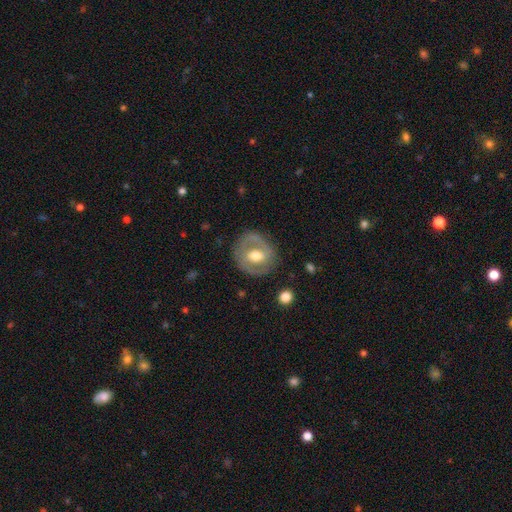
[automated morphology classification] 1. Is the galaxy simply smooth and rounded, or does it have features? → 62% featured or disk, 32% smooth, 5% star or artifact.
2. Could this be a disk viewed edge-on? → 96% no, 4% yes.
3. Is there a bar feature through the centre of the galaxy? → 42% no, 41% weak, 17% strong.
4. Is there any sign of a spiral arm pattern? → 53% yes, 47% no.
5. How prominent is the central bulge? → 71% moderate, 19% large, 7% small, 1% dominant, 1% none.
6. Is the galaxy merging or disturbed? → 78% none, 14% minor disturbance, 6% major disturbance, 1% merger.